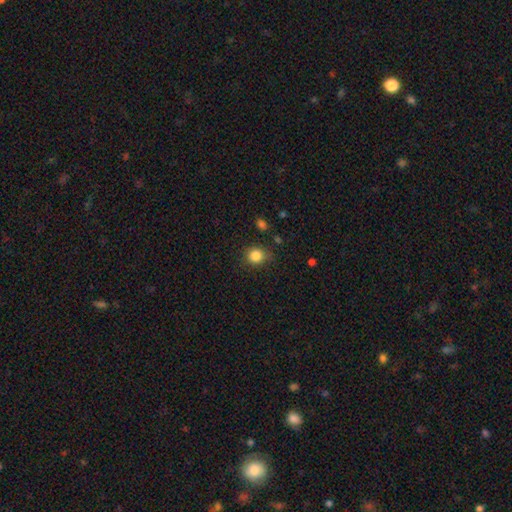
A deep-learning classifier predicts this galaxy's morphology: type=smooth (85%); roundness=round (84%); merging=none (79%).